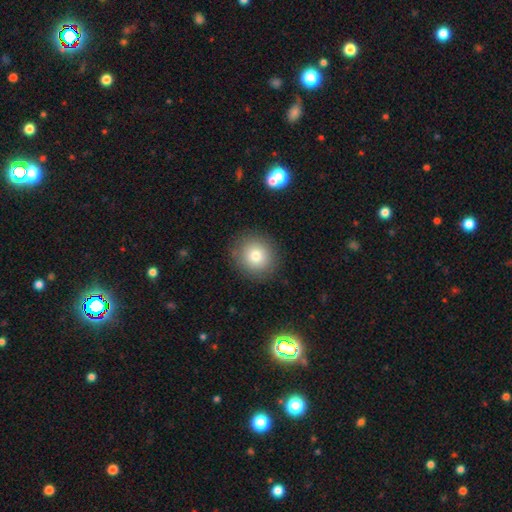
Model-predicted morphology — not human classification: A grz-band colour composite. It shows a smooth galaxy with no disk features (79%) that is round (87%). Merging: none (88%).